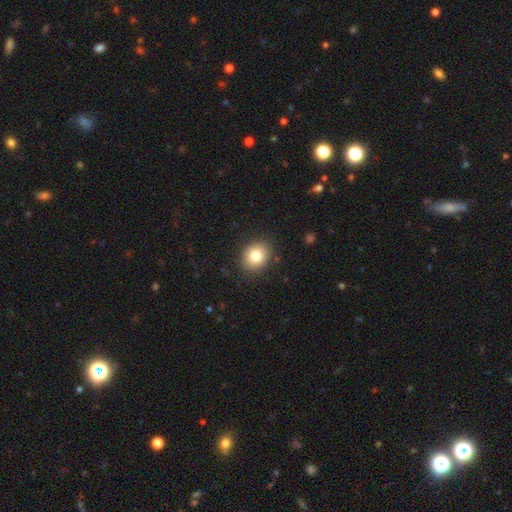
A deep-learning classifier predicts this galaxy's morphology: Smooth or featured: smooth — 81% (star or artifact — 10%)
How rounded: in between — 50% (round — 49%)
Merging: none — 88% (minor disturbance — 9%)